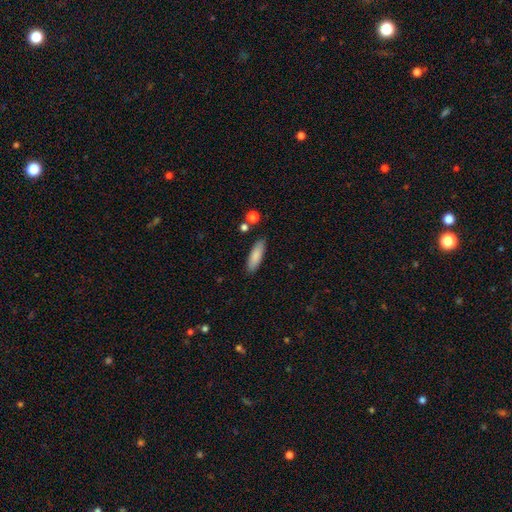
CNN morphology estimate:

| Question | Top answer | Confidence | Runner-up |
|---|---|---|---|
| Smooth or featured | smooth | 86% | featured or disk (8%) |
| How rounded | in between | 56% | cigar-shaped (42%) |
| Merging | none | 85% | minor disturbance (10%) |